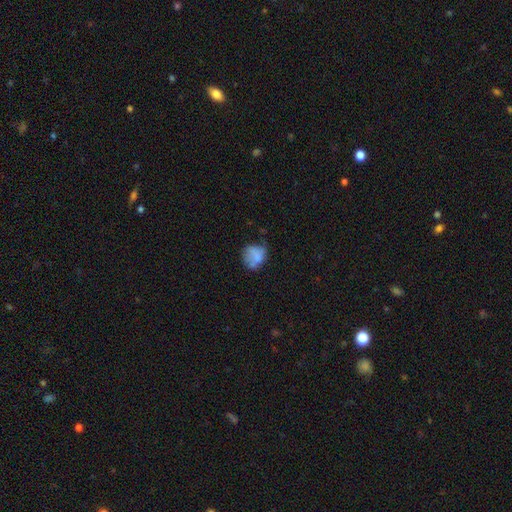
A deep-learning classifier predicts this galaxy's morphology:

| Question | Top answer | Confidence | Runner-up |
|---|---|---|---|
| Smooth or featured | smooth | 66% | featured or disk (24%) |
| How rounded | round | 62% | in between (36%) |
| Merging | none | 41% | minor disturbance (29%) |